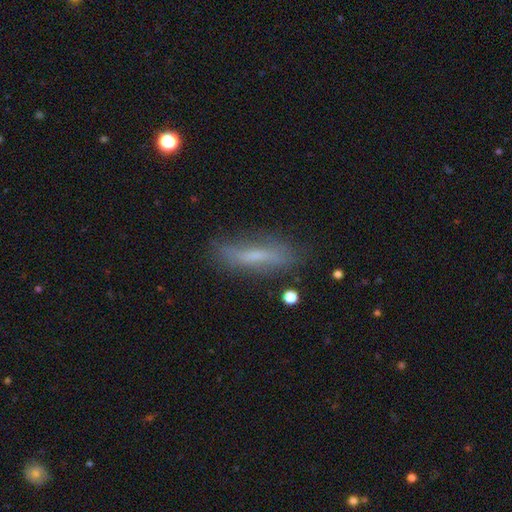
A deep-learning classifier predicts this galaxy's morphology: smooth 55%, featured or disk 36%, star or artifact 9%. Down the decision tree: how rounded — cigar-shaped (74%); merging — none (75%).